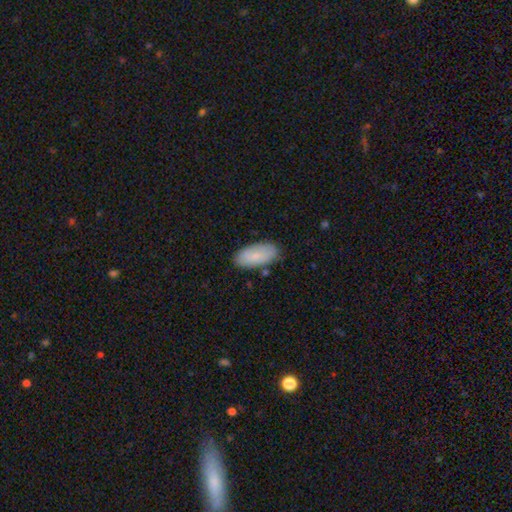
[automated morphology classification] smooth_or_featured: smooth (p=0.75) [alt: featured or disk p=0.18]
how_rounded: in between (p=0.92) [alt: cigar-shaped p=0.07]
merging: none (p=0.81) [alt: minor disturbance p=0.14]